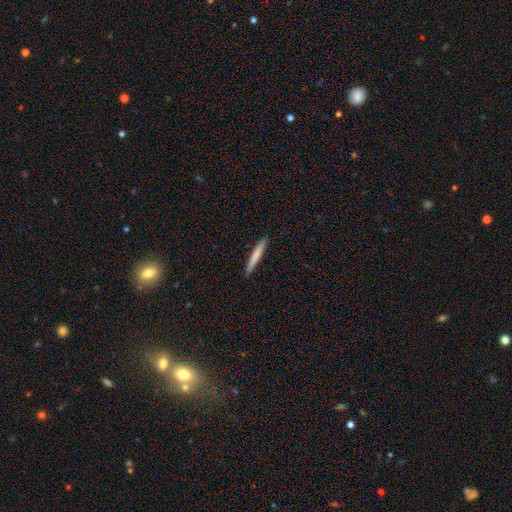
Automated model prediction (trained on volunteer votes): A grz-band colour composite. It shows a smooth galaxy with no disk features (70%) that is cigar-shaped (96%). Merging: none (91%).